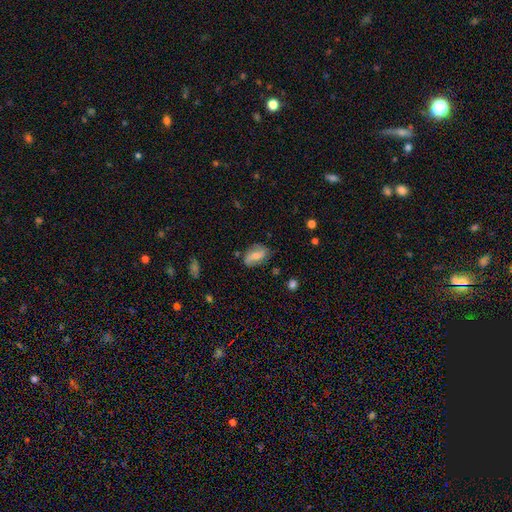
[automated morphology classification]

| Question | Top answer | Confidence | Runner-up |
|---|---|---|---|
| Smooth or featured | smooth | 46% | tied: featured or disk (46%) |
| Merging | none | 73% | minor disturbance (20%) |